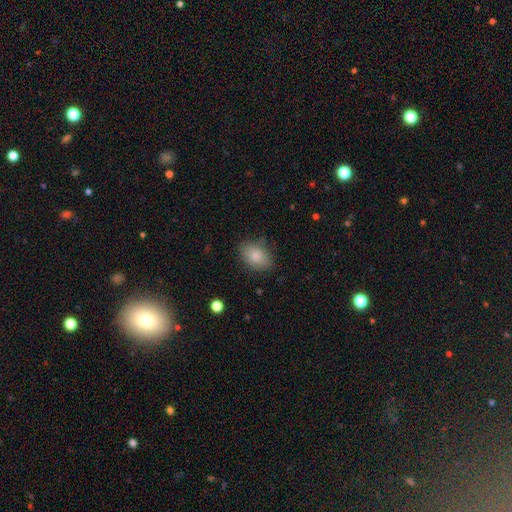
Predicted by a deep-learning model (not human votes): A smooth galaxy with no disk features (85%) that is in between round and cigar-shaped (77%).

Vote fractions:
- Smooth or featured? smooth: 85% / star or artifact: 8% / featured or disk: 7%
- How rounded? in between: 77% / round: 21% / cigar-shaped: 1%
- Merging? none: 80% / minor disturbance: 15% / major disturbance: 4% / merger: 1%